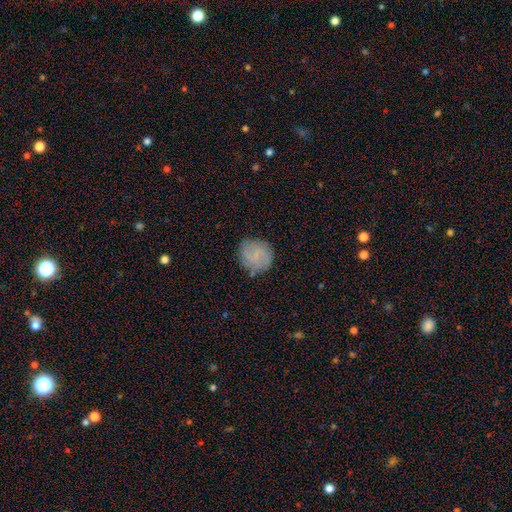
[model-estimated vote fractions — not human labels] Overall: smooth (62%; featured or disk 29%). How rounded: round (86%). Merging: none (77%).